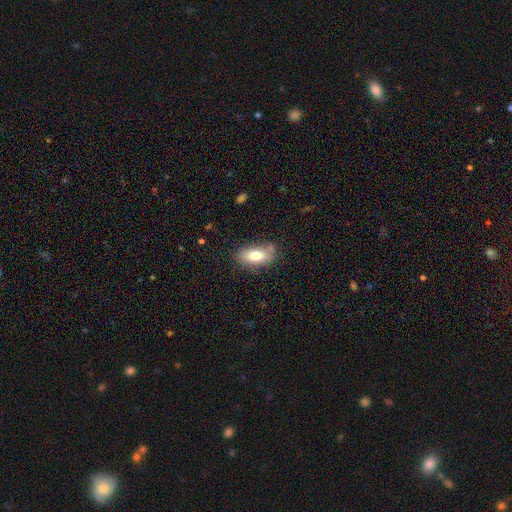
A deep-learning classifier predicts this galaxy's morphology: smooth_or_featured: smooth (p=0.76) [alt: featured or disk p=0.17]
how_rounded: in between (p=0.88) [alt: cigar-shaped p=0.07]
merging: none (p=0.77) [alt: minor disturbance p=0.16]